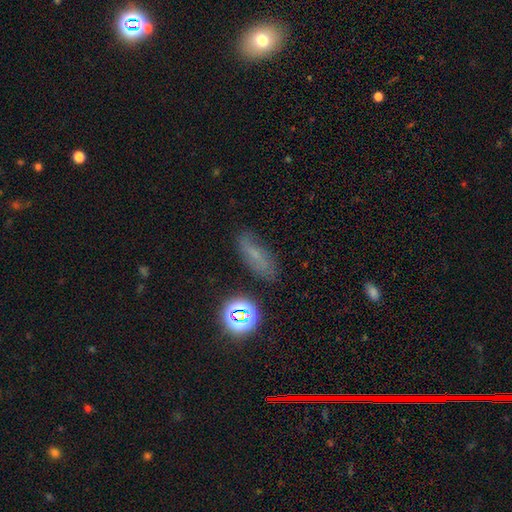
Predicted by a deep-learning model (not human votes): This appears to be a smooth galaxy with no disk features (48%). Merging: none (69%).